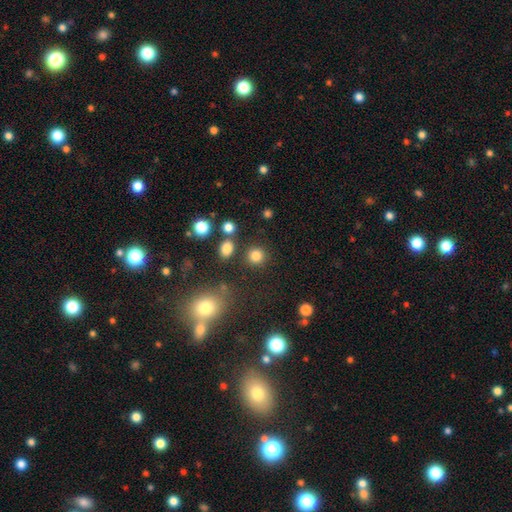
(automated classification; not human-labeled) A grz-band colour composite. It shows a smooth galaxy with no disk features (82%) that is round (89%). Merging: none (83%).